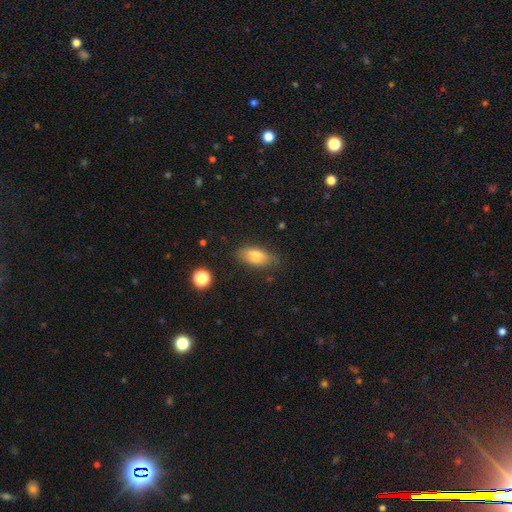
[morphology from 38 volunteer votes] Volunteers were most divided on "smooth or featured": smooth: 63%, featured or disk: 29%, star or artifact: 8%. More confident: how rounded — in between (79%); merging — none (71%).